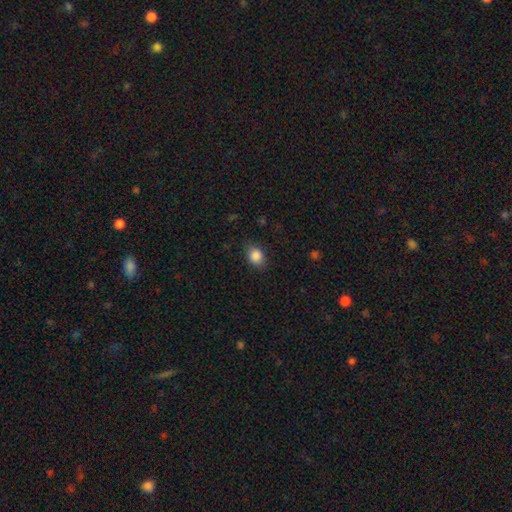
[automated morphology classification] This is clearly a smooth galaxy (87%). How rounded: possibly in between (59%). Merging: clearly none (82%).